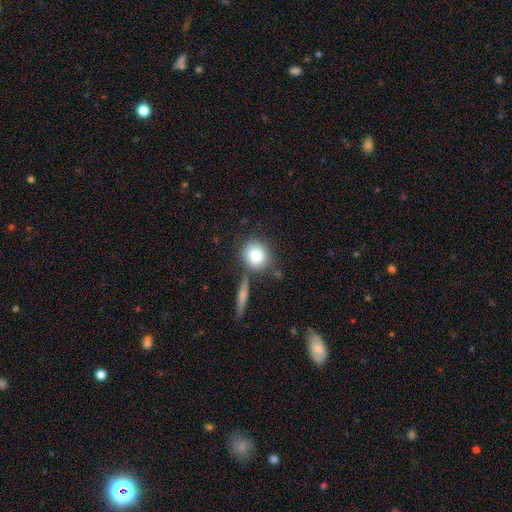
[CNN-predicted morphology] This appears to be a smooth galaxy with no disk features (82%) that is round (83%). Merging: none (70%).